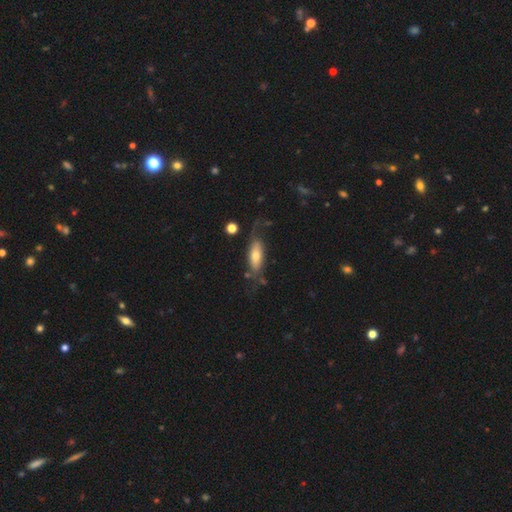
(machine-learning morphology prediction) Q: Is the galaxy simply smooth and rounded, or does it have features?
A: smooth — 53%.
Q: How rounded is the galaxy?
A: in between — 70%.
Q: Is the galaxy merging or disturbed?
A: none — 50%.